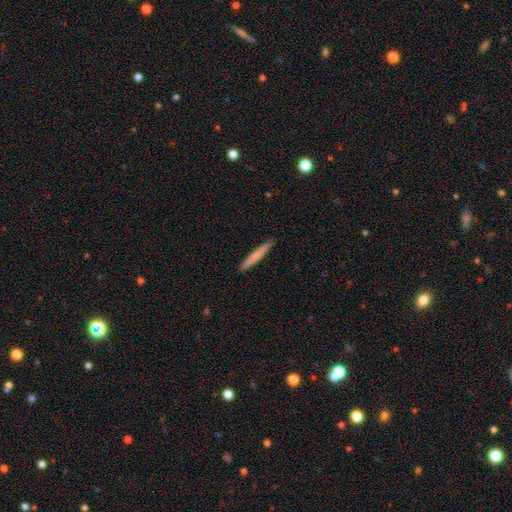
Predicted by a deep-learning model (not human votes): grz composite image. It shows a smooth galaxy with no disk features (73%) that is cigar-shaped (96%). Merging: none (92%).